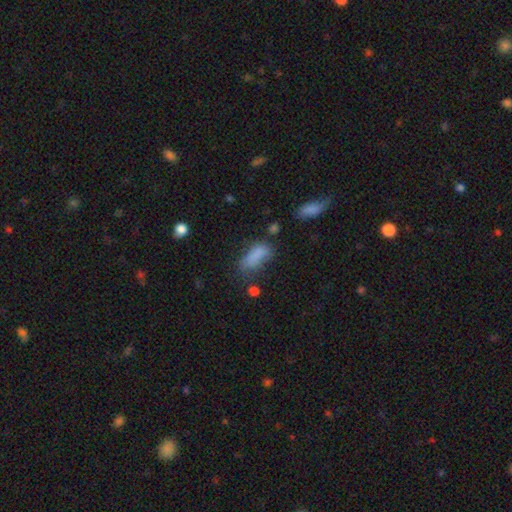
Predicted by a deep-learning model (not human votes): smooth 79%, star or artifact 11%, featured or disk 10%. Down the decision tree: how rounded — in between (78%); merging — none (43%).